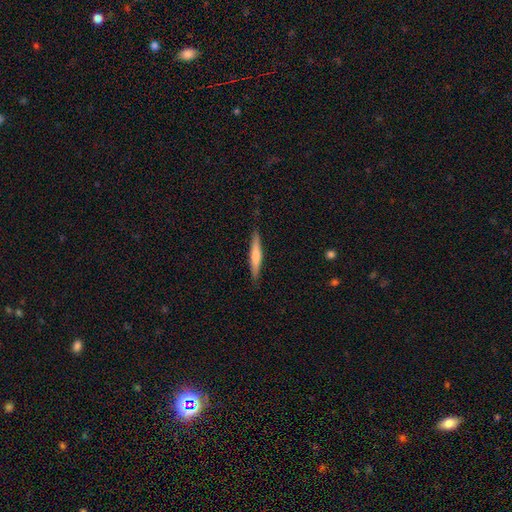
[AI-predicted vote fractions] A smooth galaxy with no disk features (55%) that is cigar-shaped (93%).

Vote fractions:
- Smooth or featured? smooth: 55% / featured or disk: 40% / star or artifact: 5%
- How rounded? cigar-shaped: 93% / in between: 6% / round: 1%
- Merging? none: 89% / minor disturbance: 8% / major disturbance: 2% / merger: 1%